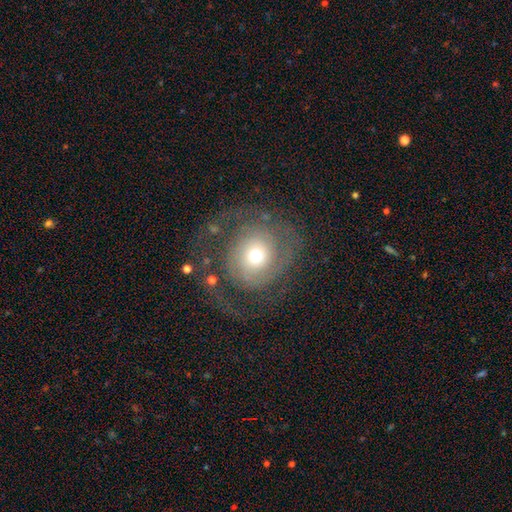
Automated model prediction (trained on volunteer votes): Smooth or featured? Predicted: featured or disk (p=0.69). Edge-on disk? Predicted: no (p=0.97). Bar? Predicted: no (p=0.79). Spiral arms? Predicted: yes (p=0.88). Spiral winding? Predicted: tight (p=0.47). Spiral arm count? Predicted: 2 (p=0.55). Bulge size? Predicted: moderate (p=0.57). Merging? Predicted: none (p=0.58).